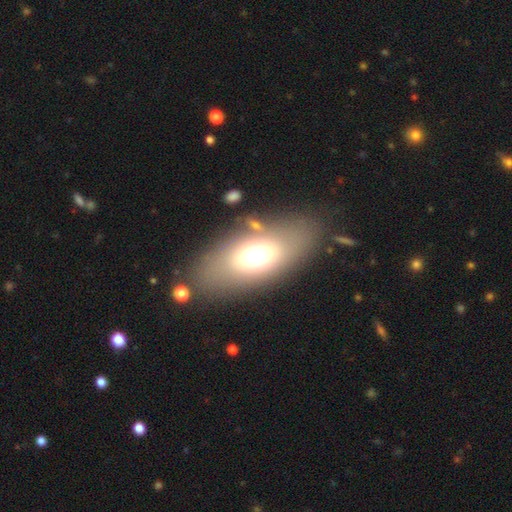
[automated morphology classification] smooth 61%, featured or disk 26%, star or artifact 13%. Down the decision tree: how rounded — in between (81%); merging — none (76%).